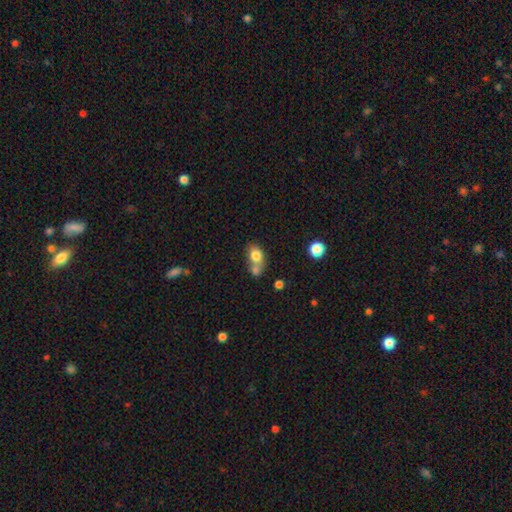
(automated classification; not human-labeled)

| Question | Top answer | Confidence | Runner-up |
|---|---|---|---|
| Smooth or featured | smooth | 78% | featured or disk (13%) |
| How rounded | in between | 59% | round (39%) |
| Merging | merger | 50% | none (33%) |